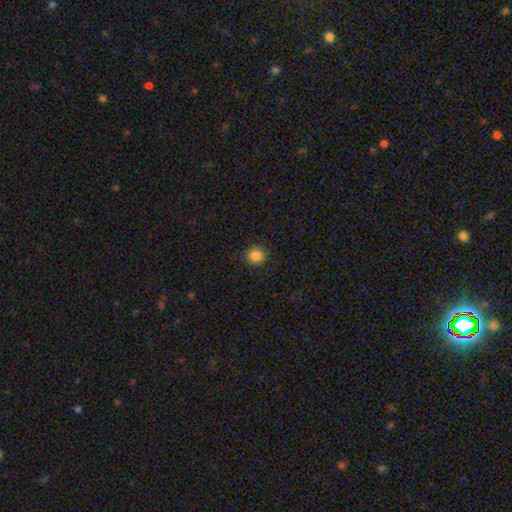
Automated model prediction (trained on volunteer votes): Q: Smooth or featured?
A: smooth (85%); runner-up: star or artifact (11%)
Q: How rounded?
A: round (91%); runner-up: in between (8%)
Q: Merging?
A: none (91%); runner-up: minor disturbance (6%)